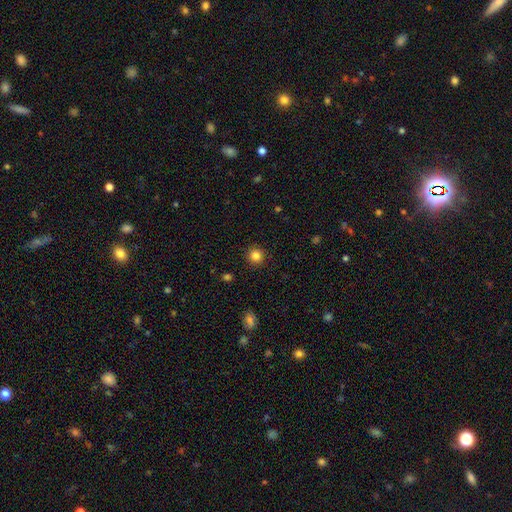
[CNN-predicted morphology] A smooth galaxy with no disk features (84%) that is round (94%). Merging: none (91%).